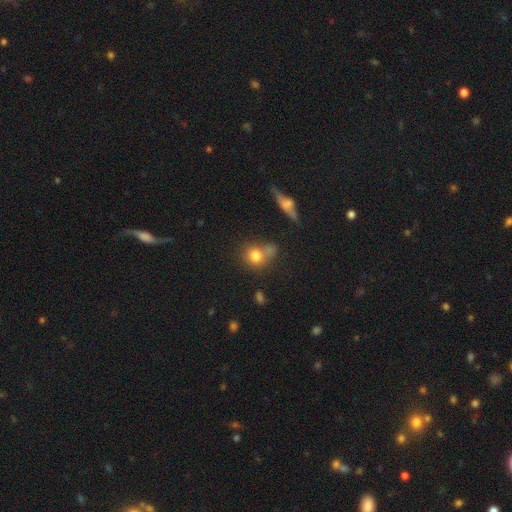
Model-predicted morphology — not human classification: This is likely a smooth galaxy (76%). How rounded: likely round (70%). Merging: possibly none (49%).